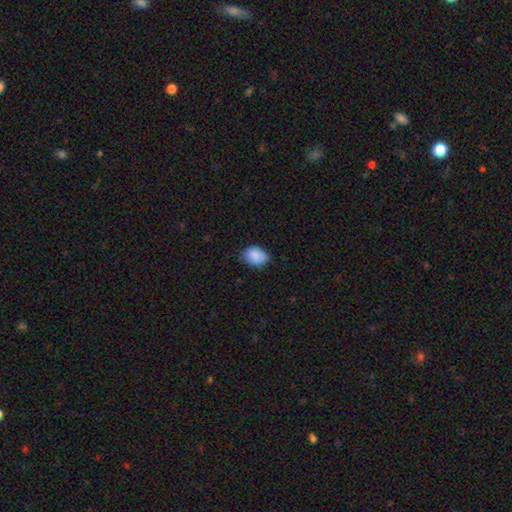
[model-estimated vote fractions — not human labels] smooth_or_featured: smooth (p=0.88) [alt: star or artifact p=0.07]
how_rounded: in between (p=0.65) [alt: round p=0.34]
merging: none (p=0.72) [alt: minor disturbance p=0.24]